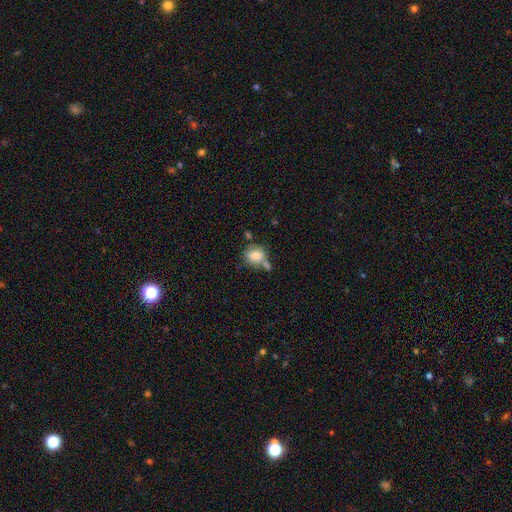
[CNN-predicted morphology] Smooth or featured: smooth — 77% (featured or disk — 14%)
How rounded: round — 66% (in between — 33%)
Merging: none — 50% (merger — 25%)